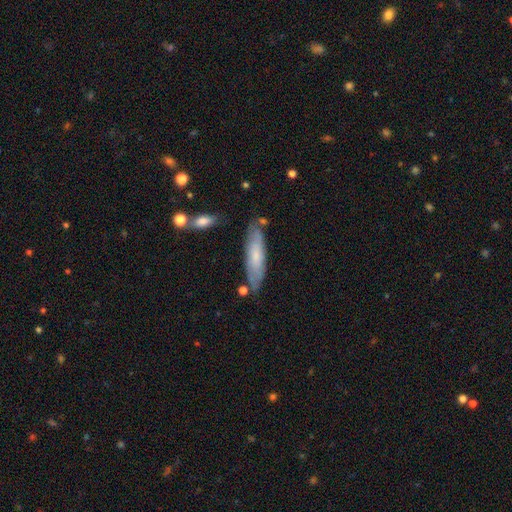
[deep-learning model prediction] Smooth or featured? Predicted: smooth (p=0.61). How rounded? Predicted: cigar-shaped (p=0.71). Merging? Predicted: none (p=0.76).